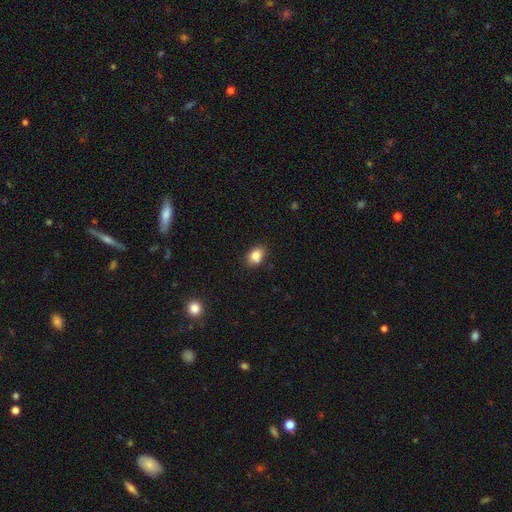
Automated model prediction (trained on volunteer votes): Overall: smooth (83%). How rounded: in between (67%; round 32%). Merging: none (77%).